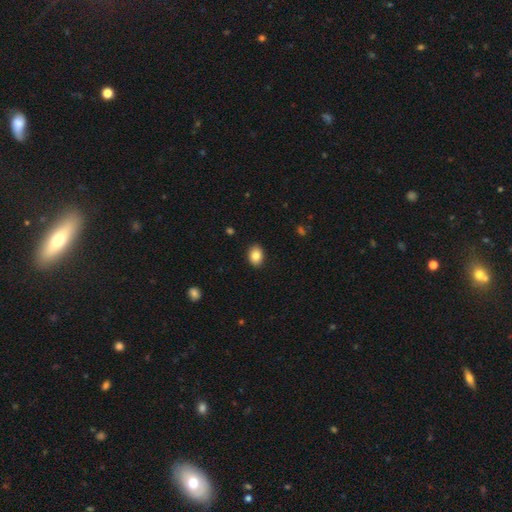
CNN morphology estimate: A smooth galaxy with no disk features (85%) that is in between round and cigar-shaped (69%). Merging: none (90%).